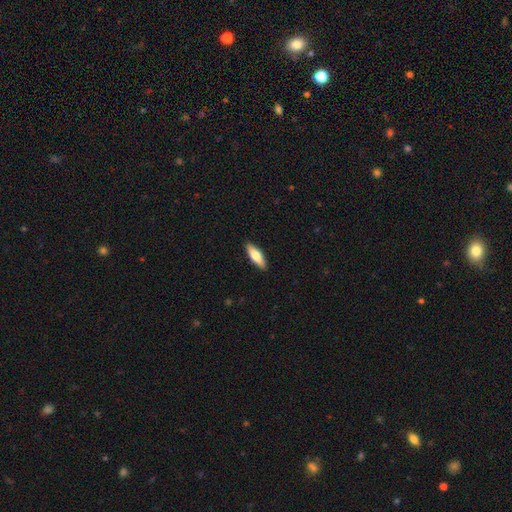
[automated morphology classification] type=smooth (65%); roundness=in between (52%); merging=none (90%).